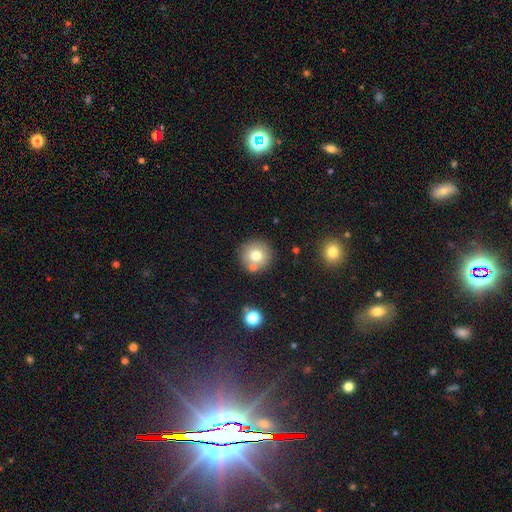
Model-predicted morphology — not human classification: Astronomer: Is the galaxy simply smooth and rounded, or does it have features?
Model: smooth — 74%.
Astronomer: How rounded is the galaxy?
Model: round — 94%.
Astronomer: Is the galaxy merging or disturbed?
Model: none — 77%.